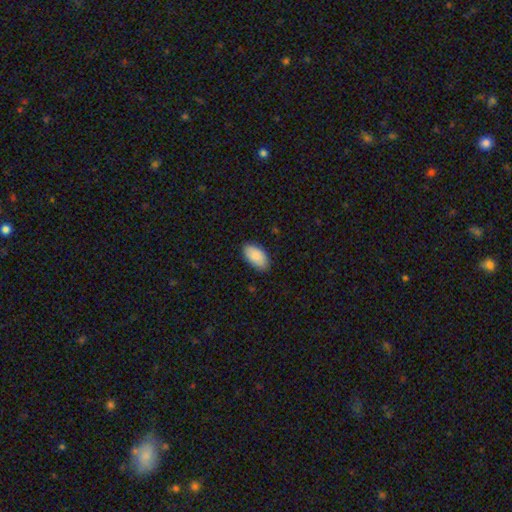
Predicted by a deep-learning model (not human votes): Morphology: type=smooth (90%); roundness=in between (95%); merging=none (86%).